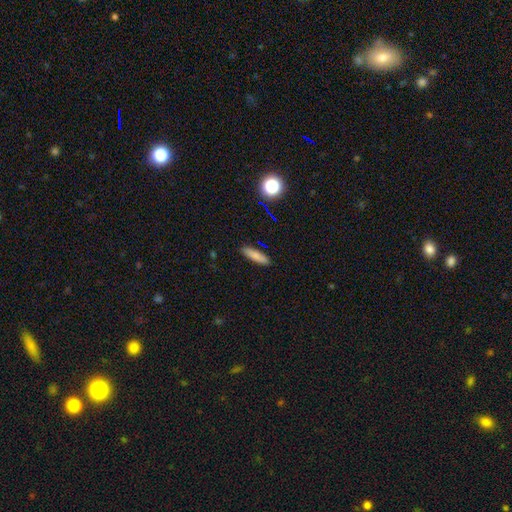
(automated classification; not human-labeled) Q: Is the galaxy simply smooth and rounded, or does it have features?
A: smooth — 81%.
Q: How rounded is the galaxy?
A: cigar-shaped — 69%.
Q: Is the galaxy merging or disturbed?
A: none — 89%.